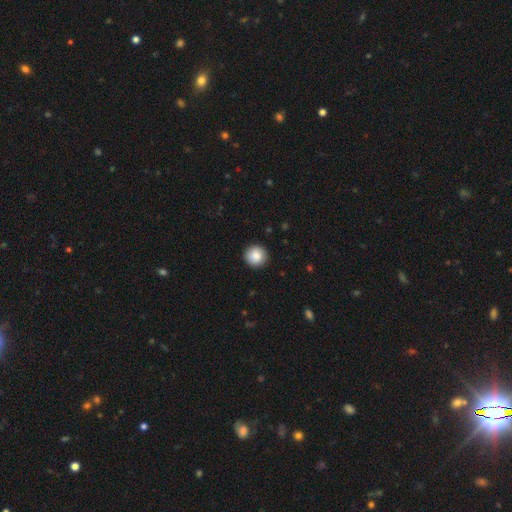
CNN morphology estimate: smooth-or-featured: smooth: 87% | star or artifact: 8% | featured or disk: 6%
  how-rounded: round: 94% | in between: 5% | cigar-shaped: 1%
  merging: none: 92% | minor disturbance: 6% | major disturbance: 2% | merger: 1%